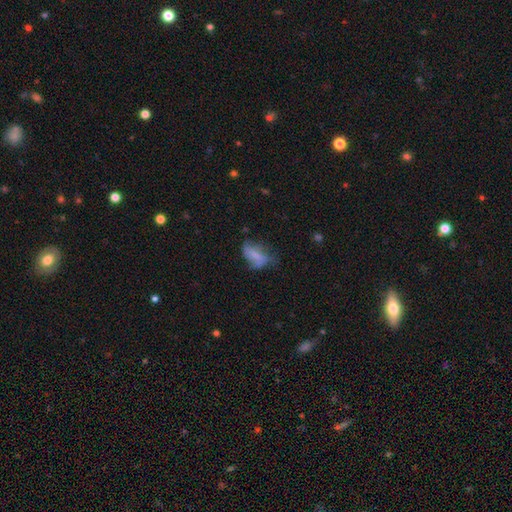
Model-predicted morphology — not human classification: This appears to be a smooth galaxy with no disk features (50%) that is in between round and cigar-shaped (85%). Merging: none (35%).